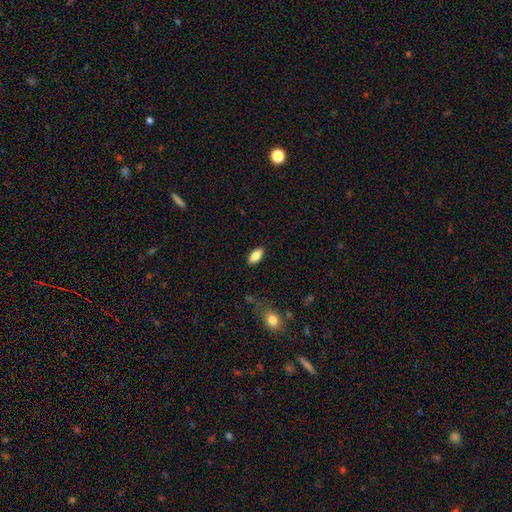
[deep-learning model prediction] This is clearly a smooth galaxy (81%). How rounded: clearly in between (88%). Merging: clearly none (87%).